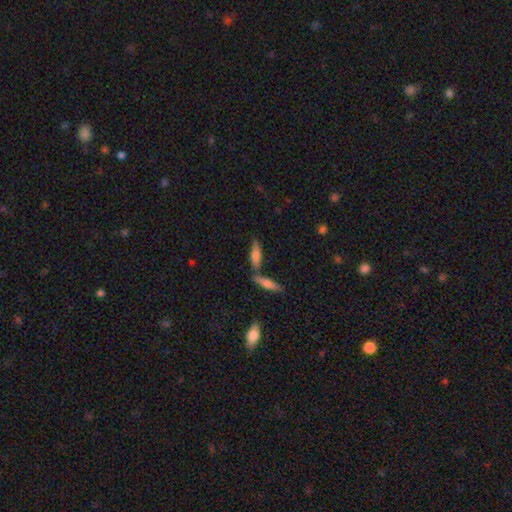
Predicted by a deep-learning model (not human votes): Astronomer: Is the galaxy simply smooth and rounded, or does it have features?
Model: smooth — 59%.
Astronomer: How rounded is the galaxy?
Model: cigar-shaped — 59% (runner-up: in between, 39%).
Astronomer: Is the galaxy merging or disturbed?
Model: none — 61%.